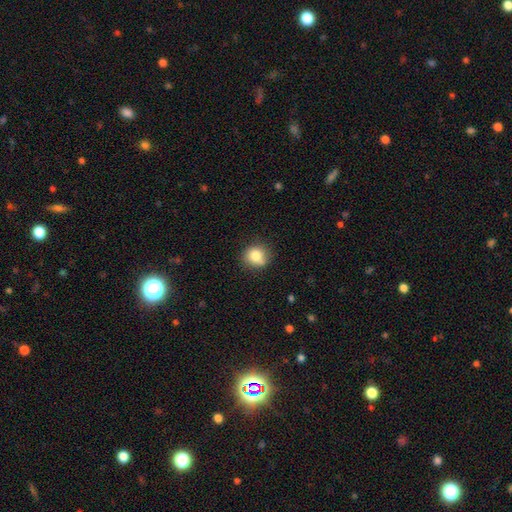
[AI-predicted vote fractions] Smooth or featured: smooth — 80% (star or artifact — 10%)
How rounded: round — 80% (in between — 19%)
Merging: none — 71% (minor disturbance — 19%)